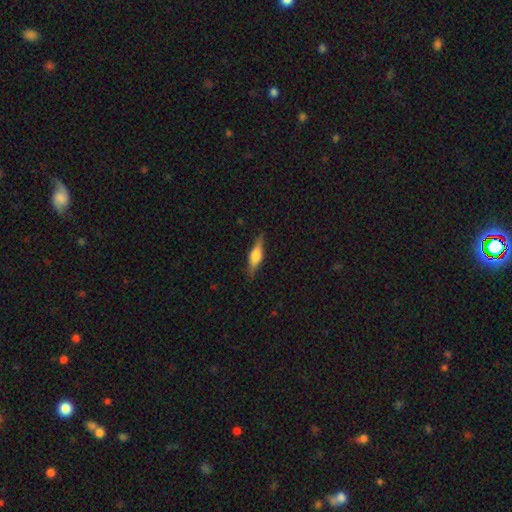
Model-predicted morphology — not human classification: smooth_or_featured: featured or disk (p=0.60) [alt: smooth p=0.33]
disk_edge_on: yes (p=0.96) [alt: no p=0.04]
edge_on_bulge: rounded (p=0.87) [alt: boxy p=0.11]
merging: none (p=0.87) [alt: minor disturbance p=0.10]